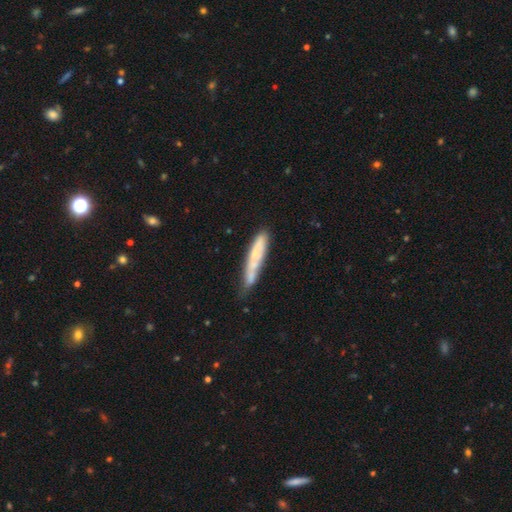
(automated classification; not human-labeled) Q: Smooth or featured?
A: smooth (50%); runner-up: featured or disk (42%)
Q: How rounded?
A: cigar-shaped (88%); runner-up: in between (11%)
Q: Merging?
A: none (54%); runner-up: minor disturbance (27%)